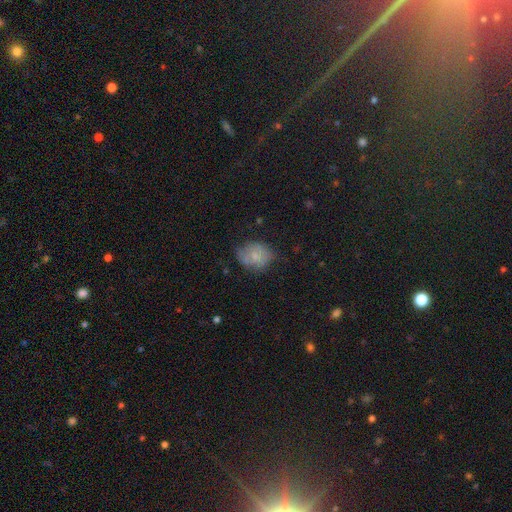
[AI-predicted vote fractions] This is likely a smooth galaxy (67%). How rounded: possibly round (51%). Merging: possibly none (57%).